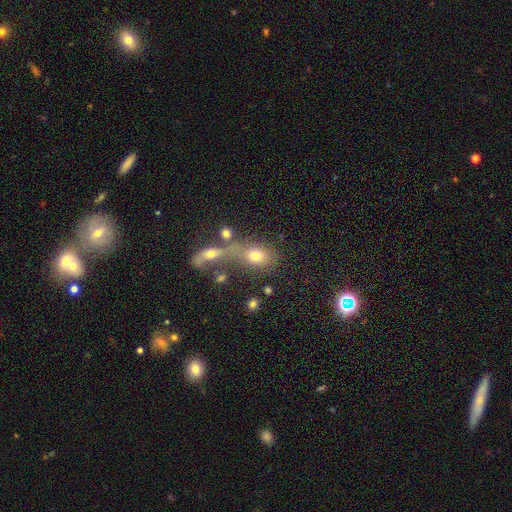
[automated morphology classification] Overall: smooth (70%). How rounded: in between (61%; round 34%). Merging: merger (44%; none 35%).